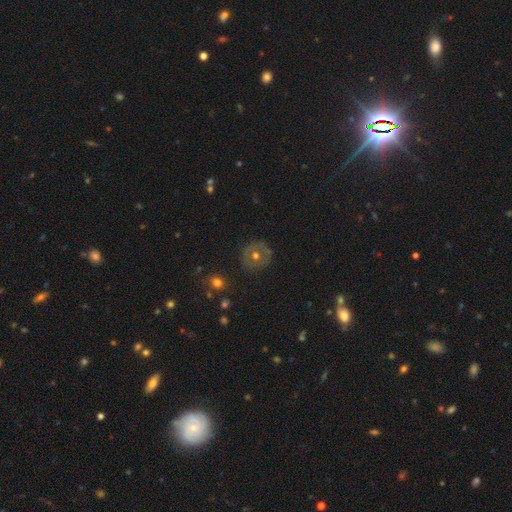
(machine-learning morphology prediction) Q: Smooth or featured?
A: smooth (45%); runner-up: featured or disk (40%)
Q: Merging?
A: none (78%); runner-up: minor disturbance (15%)